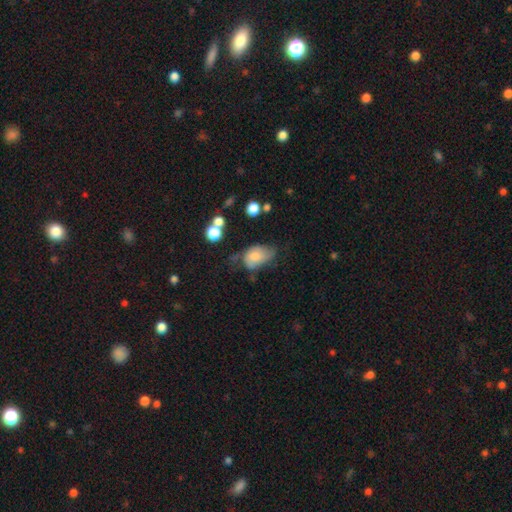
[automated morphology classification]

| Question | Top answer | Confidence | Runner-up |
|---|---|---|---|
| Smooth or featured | smooth | 66% | featured or disk (24%) |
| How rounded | in between | 85% | round (14%) |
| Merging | minor disturbance | 40% | none (31%) |